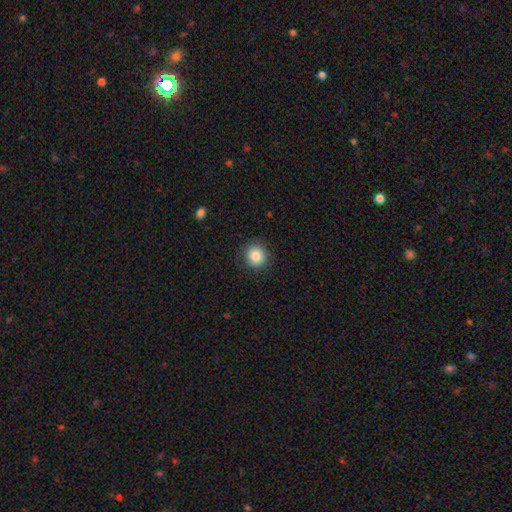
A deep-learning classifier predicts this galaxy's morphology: Smooth or featured? smooth (84%)
How rounded? round (90%)
Merging? none (89%)